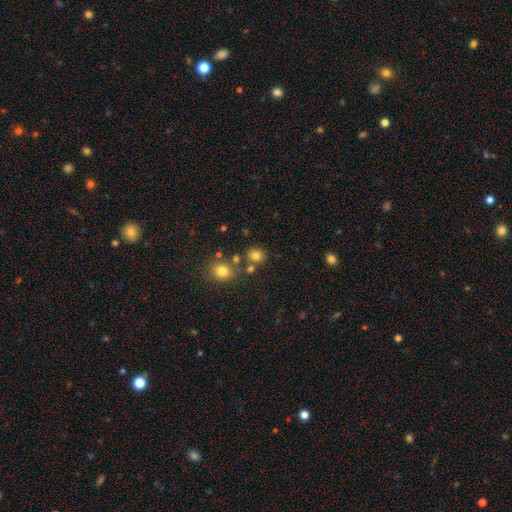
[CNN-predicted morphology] Smooth or featured?
  - smooth: 78% *
  - star or artifact: 15%
  - featured or disk: 7%
How rounded?
  - round: 84% *
  - in between: 15%
  - cigar-shaped: 1%
Merging?
  - none: 75% *
  - merger: 13%
  - minor disturbance: 9%
  - major disturbance: 3%